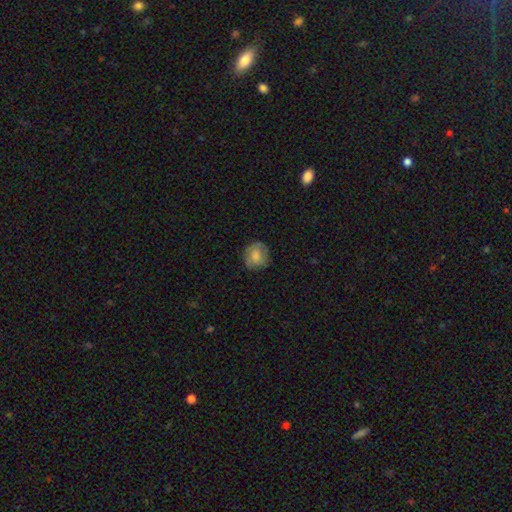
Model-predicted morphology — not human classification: A smooth galaxy with no disk features (74%) that is round (82%).

Vote fractions:
- Smooth or featured? smooth: 74% / featured or disk: 18% / star or artifact: 8%
- How rounded? round: 82% / in between: 17% / cigar-shaped: 1%
- Merging? none: 75% / minor disturbance: 19% / major disturbance: 6% / merger: 1%